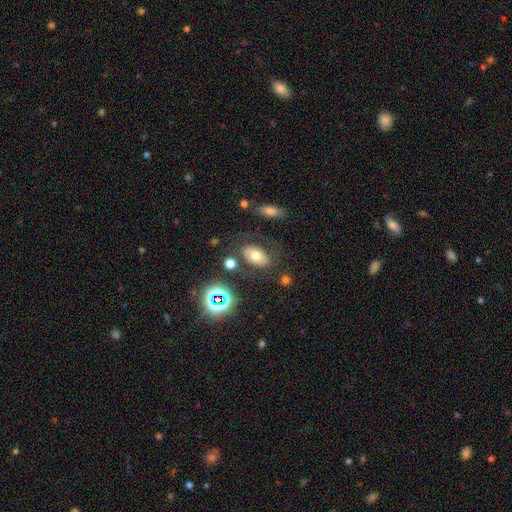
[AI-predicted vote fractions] Smooth or featured? smooth (61%)
How rounded? in between (87%)
Merging? none (74%)